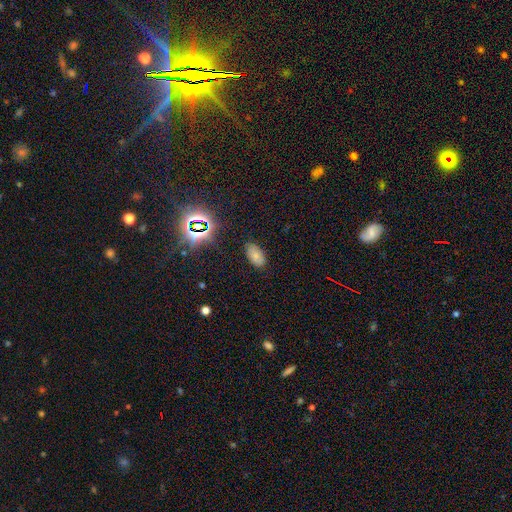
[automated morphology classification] The model was most divided on "smooth or featured": smooth: 69%, star or artifact: 19%, featured or disk: 12%. More confident: how rounded — in between (93%); merging — none (83%).